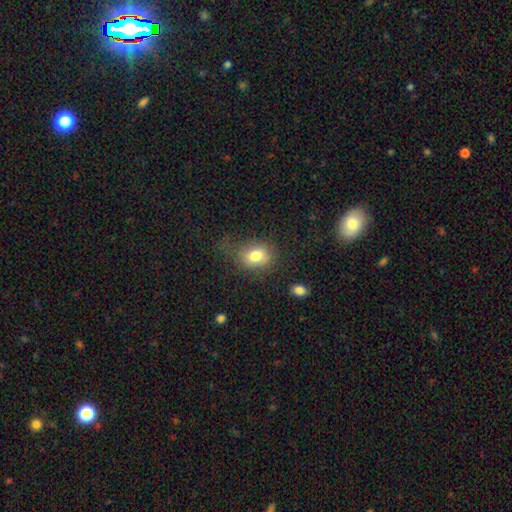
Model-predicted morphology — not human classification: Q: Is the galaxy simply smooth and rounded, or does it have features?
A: smooth — 78%.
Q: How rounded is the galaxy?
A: in between — 56%.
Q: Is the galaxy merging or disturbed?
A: none — 61%.